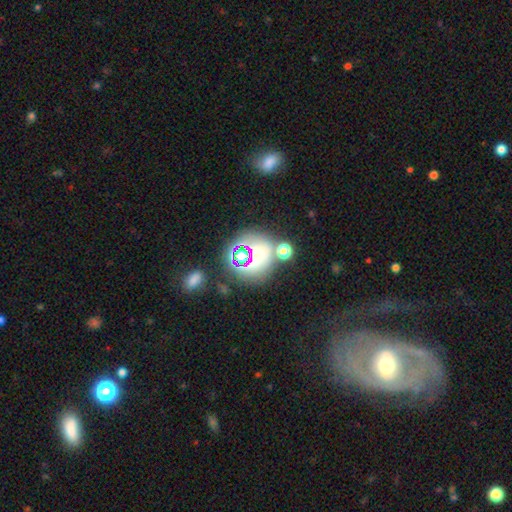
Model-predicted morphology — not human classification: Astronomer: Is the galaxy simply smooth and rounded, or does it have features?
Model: star or artifact — 53% (runner-up: smooth, 33%).